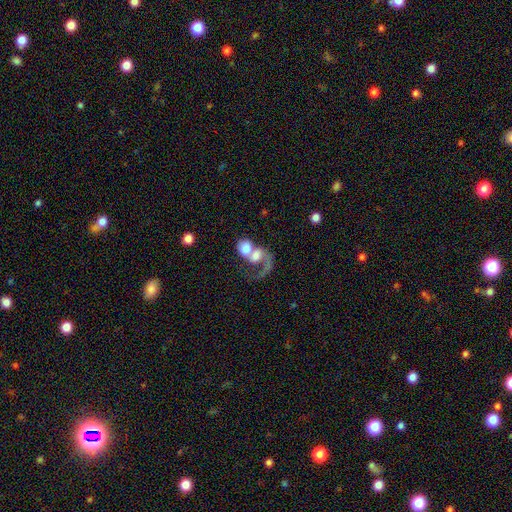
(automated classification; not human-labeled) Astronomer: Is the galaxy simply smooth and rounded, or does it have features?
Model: featured or disk — 51% (runner-up: smooth, 41%).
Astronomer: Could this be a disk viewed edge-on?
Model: no — 97%.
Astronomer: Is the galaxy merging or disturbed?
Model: merger — 71%.